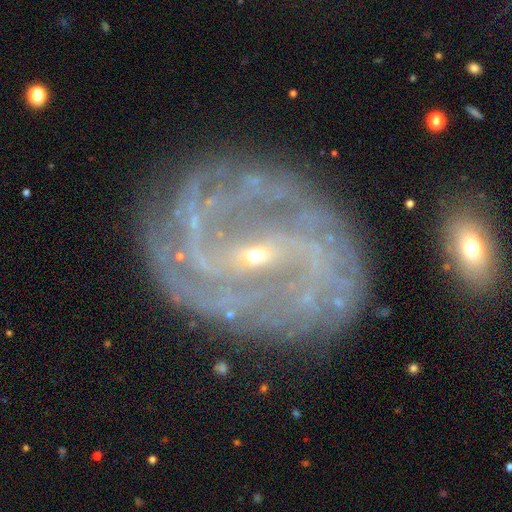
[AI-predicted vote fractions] A featured or disk galaxy (90%) with a weak bar (42%), 2 (45%) tight (43%) spiral arms (96%) and a small central bulge (83%). Merging: none (74%).